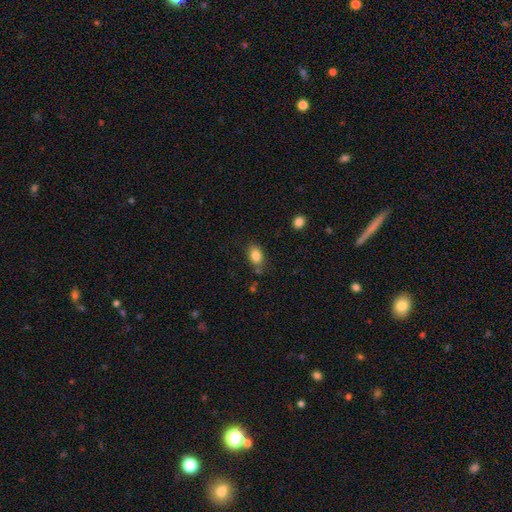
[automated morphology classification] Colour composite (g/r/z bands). It shows a smooth galaxy with no disk features (85%) that is in between round and cigar-shaped (84%). Merging: none (76%).